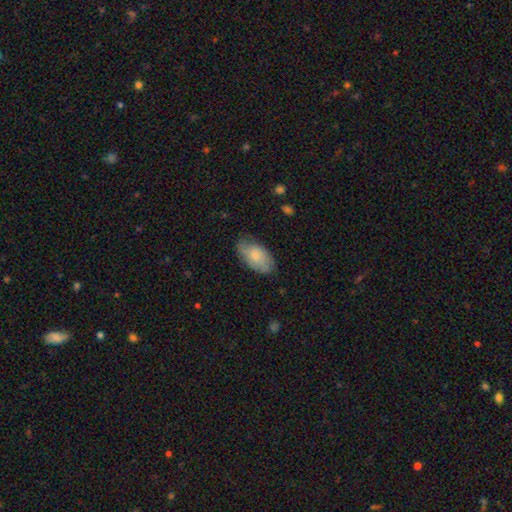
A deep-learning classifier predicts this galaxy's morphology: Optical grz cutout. It shows a smooth galaxy with no disk features (70%) that is in between round and cigar-shaped (94%). Merging: none (71%).